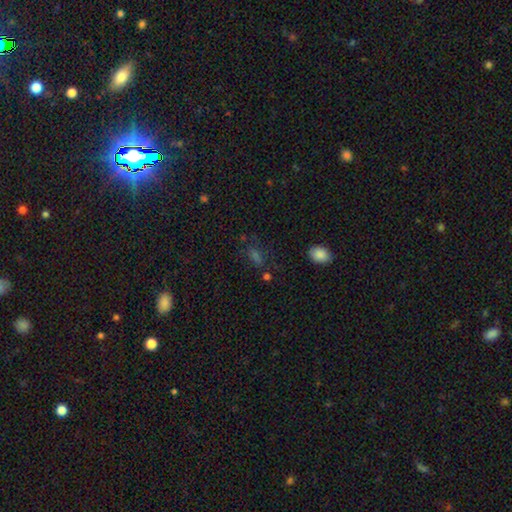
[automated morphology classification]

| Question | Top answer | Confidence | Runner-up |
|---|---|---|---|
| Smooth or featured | smooth | 45% | star or artifact (40%) |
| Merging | none | 66% | minor disturbance (17%) |